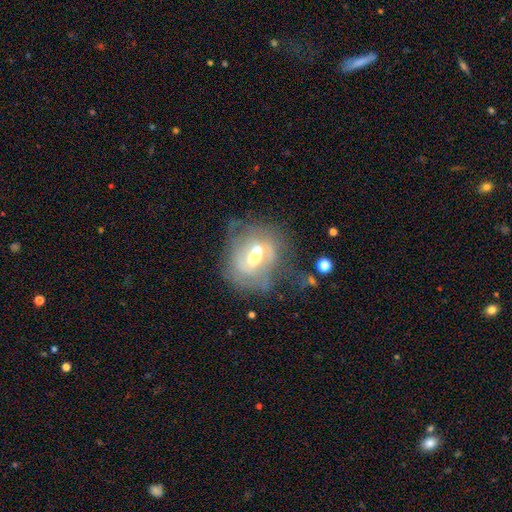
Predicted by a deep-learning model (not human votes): Q: Smooth or featured?
A: featured or disk (69%); runner-up: smooth (22%)
Q: Edge-on disk?
A: no (91%); runner-up: yes (9%)
Q: Bar?
A: weak (42%); runner-up: strong (38%)
Q: Spiral arms?
A: yes (57%); runner-up: no (43%)
Q: Bulge size?
A: moderate (60%); runner-up: large (22%)
Q: Merging?
A: none (49%); runner-up: minor disturbance (24%)